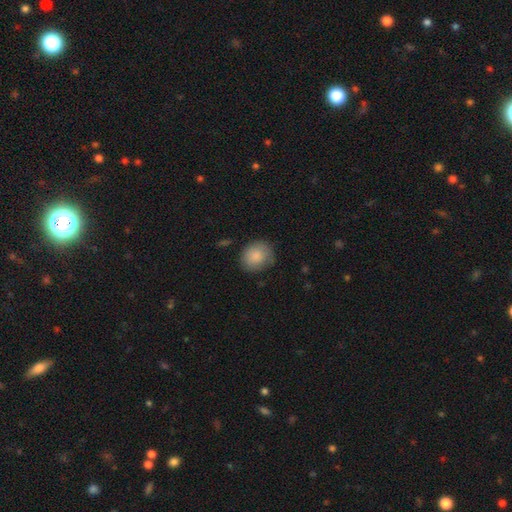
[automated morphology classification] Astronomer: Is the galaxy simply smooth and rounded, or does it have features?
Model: smooth — 86%.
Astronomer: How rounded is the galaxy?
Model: round — 70%.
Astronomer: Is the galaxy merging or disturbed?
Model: none — 75%.